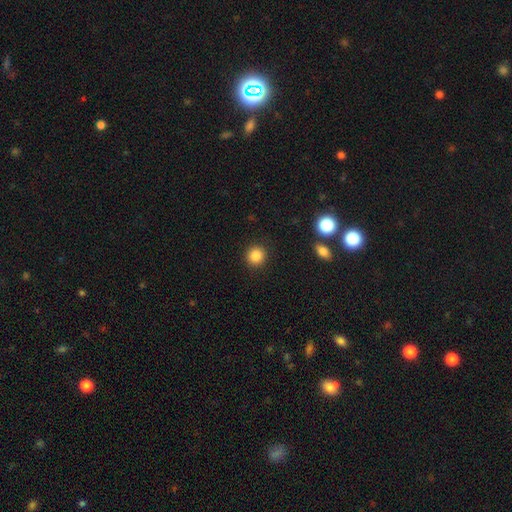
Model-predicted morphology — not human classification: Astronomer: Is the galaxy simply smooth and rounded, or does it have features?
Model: smooth — 86%.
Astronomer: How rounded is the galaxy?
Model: round — 92%.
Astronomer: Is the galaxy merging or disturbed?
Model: none — 91%.